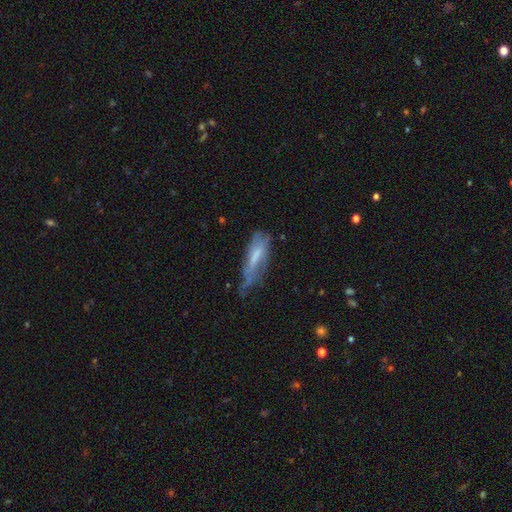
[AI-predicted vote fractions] The model was most divided on "merging": minor disturbance: 39%, none: 33%, major disturbance: 25%, merger: 3%. More confident: how rounded — cigar-shaped (54%); smooth or featured — smooth (50%).